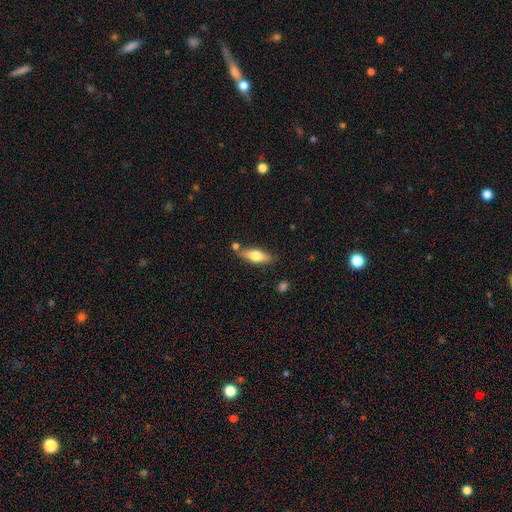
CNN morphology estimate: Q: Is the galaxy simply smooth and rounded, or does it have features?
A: smooth — 61%.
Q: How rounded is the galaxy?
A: in between — 60%.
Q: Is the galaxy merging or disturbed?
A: none — 73%.